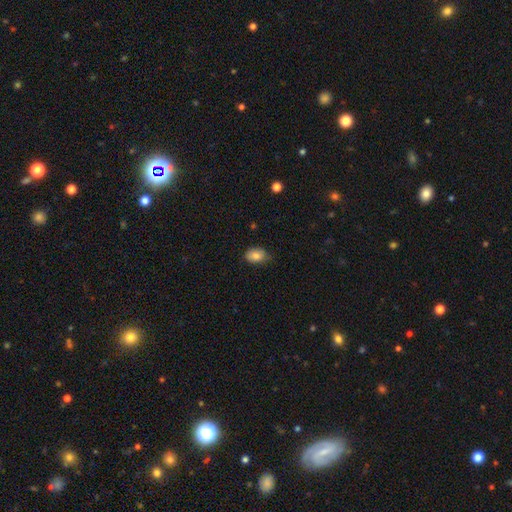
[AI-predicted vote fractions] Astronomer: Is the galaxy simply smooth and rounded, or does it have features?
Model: smooth — 83%.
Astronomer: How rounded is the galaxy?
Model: in between — 83%.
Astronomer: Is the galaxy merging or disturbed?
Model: none — 70%.